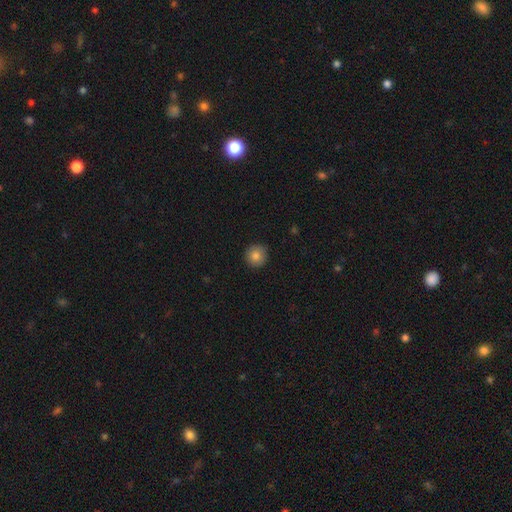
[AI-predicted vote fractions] smooth-or-featured: smooth: 84% | star or artifact: 9% | featured or disk: 7%
  how-rounded: round: 95% | in between: 4% | cigar-shaped: 1%
  merging: none: 91% | minor disturbance: 6% | major disturbance: 2% | merger: 1%